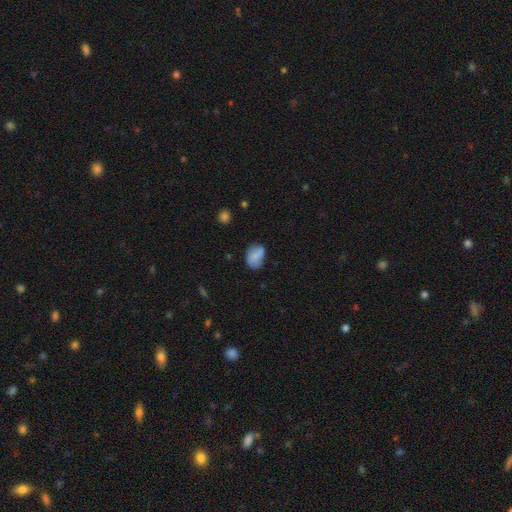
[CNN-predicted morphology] This appears to be a smooth galaxy with no disk features (74%) that is in between round and cigar-shaped (74%). Merging: none (55%).